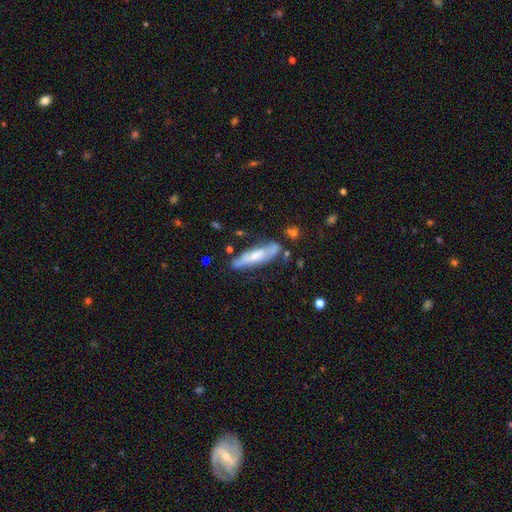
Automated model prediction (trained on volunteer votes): Q: Smooth or featured?
A: smooth (48%); runner-up: featured or disk (46%)
Q: Merging?
A: none (62%); runner-up: minor disturbance (24%)